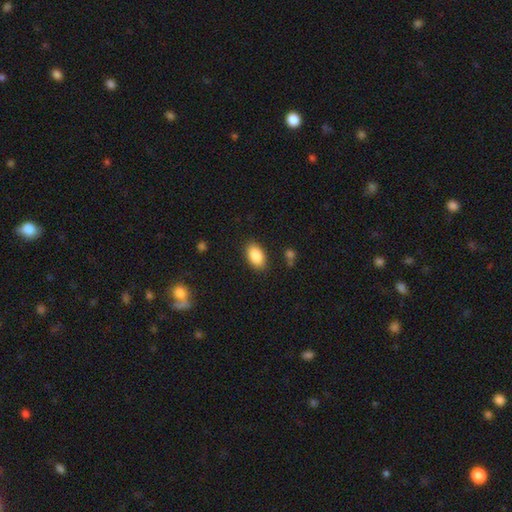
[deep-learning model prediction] Smooth or featured: smooth — 88% (star or artifact — 7%)
How rounded: in between — 93% (round — 5%)
Merging: none — 86% (minor disturbance — 10%)